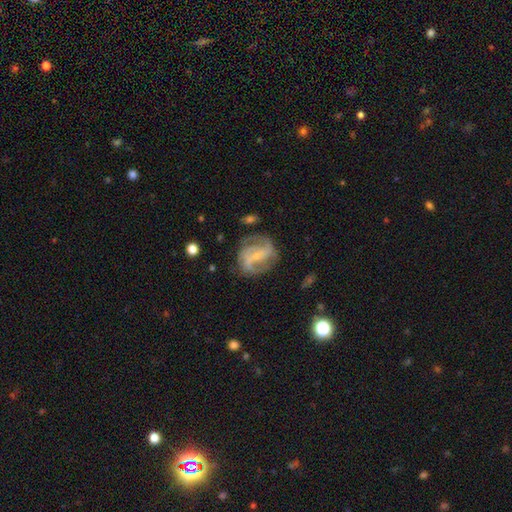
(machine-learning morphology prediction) smooth_or_featured: featured or disk (p=0.86) [alt: smooth p=0.08]
disk_edge_on: no (p=0.98) [alt: yes p=0.02]
bar: weak (p=0.41) [alt: no p=0.30]
has_spiral_arms: yes (p=0.95) [alt: no p=0.05]
spiral_winding: medium (p=0.50) [alt: tight p=0.28]
spiral_arm_count: 2 (p=0.58) [alt: 3 p=0.19]
bulge_size: small (p=0.74) [alt: moderate p=0.20]
merging: none (p=0.68) [alt: minor disturbance p=0.19]